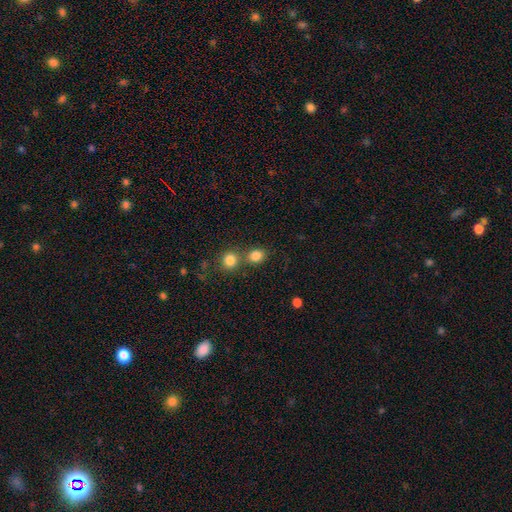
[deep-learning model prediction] Q: Smooth or featured?
A: smooth (83%); runner-up: star or artifact (12%)
Q: How rounded?
A: round (67%); runner-up: in between (32%)
Q: Merging?
A: none (60%); runner-up: merger (28%)